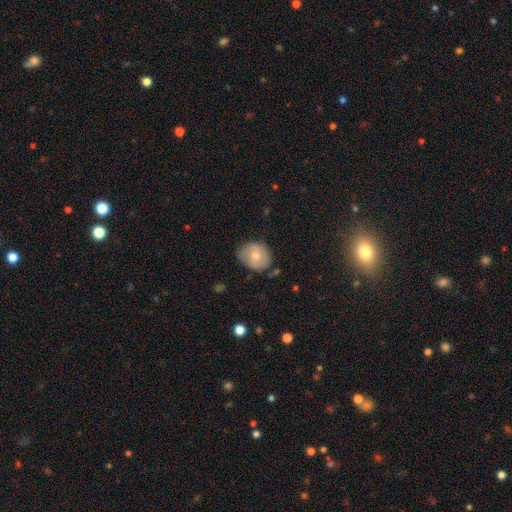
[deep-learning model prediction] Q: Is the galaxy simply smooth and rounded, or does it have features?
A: smooth — 68%.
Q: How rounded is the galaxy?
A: round — 64%.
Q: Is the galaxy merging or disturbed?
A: none — 68%.